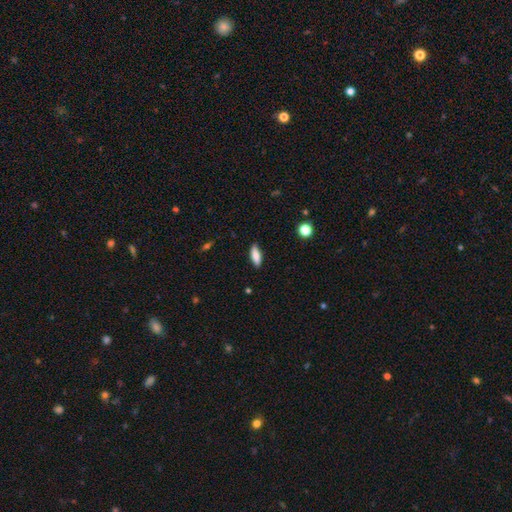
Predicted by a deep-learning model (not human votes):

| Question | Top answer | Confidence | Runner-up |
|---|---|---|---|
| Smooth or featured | smooth | 82% | featured or disk (12%) |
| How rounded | in between | 55% | cigar-shaped (43%) |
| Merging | none | 87% | minor disturbance (10%) |